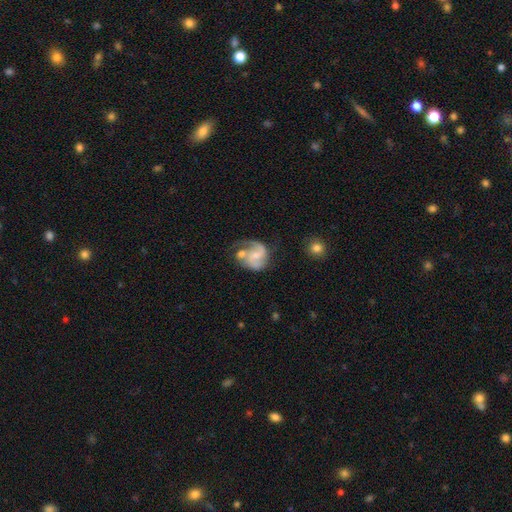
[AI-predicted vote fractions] featured or disk 74%, smooth 20%, star or artifact 7%. Down the decision tree: edge-on disk — no (98%); bar — no (51%); spiral arms — yes (91%); spiral arm count — 2 (69%); spiral winding — medium (49%); bulge size — small (48%); merging — none (36%).